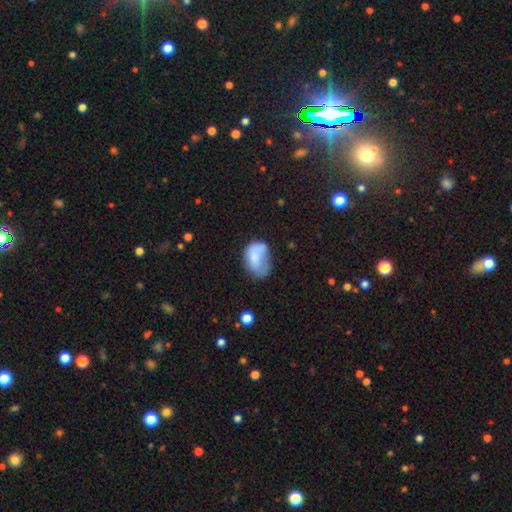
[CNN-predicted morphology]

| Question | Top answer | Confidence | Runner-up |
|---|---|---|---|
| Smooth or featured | smooth | 72% | featured or disk (20%) |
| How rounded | in between | 82% | round (17%) |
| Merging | minor disturbance | 34% | none (32%) |